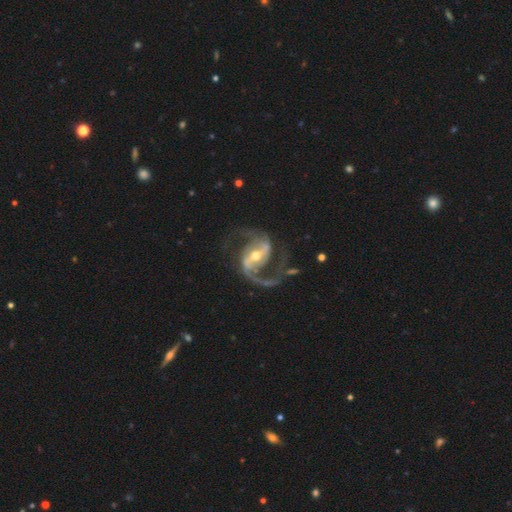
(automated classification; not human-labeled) A featured or disk galaxy (93%) with a strong bar (51%), 2 (92%) medium (51%) spiral arms (98%) and a moderate central bulge (58%). Merging: none (71%).